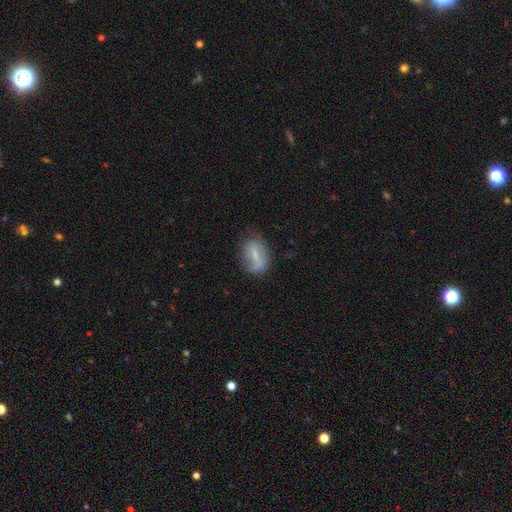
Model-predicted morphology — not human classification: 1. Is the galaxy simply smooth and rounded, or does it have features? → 46% featured or disk, 45% smooth, 8% star or artifact.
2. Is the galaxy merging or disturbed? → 59% none, 27% minor disturbance, 12% major disturbance, 2% merger.